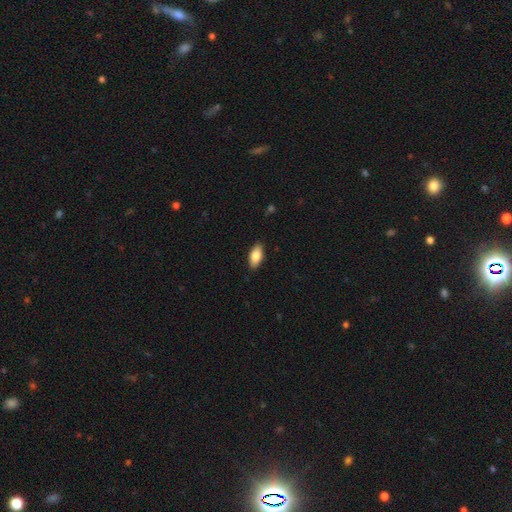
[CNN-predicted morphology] Overall: smooth (84%). How rounded: in between (91%). Merging: none (88%).